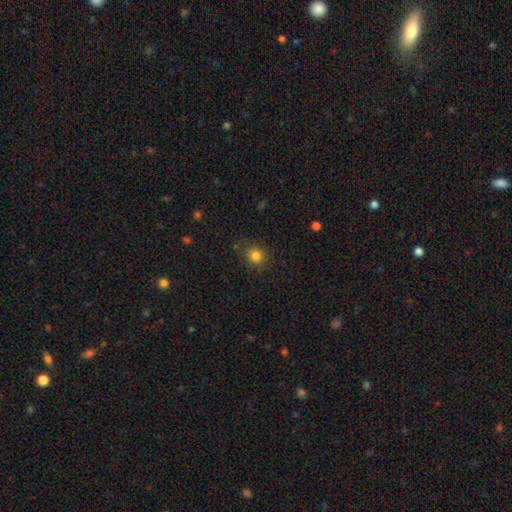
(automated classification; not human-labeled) Smooth or featured: smooth — 82% (star or artifact — 13%)
How rounded: round — 84% (in between — 15%)
Merging: none — 82% (minor disturbance — 12%)